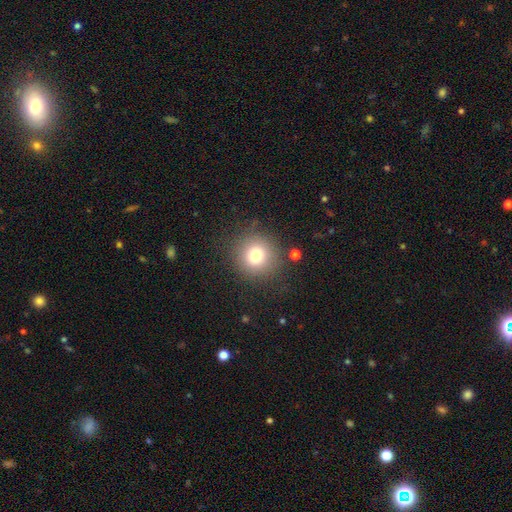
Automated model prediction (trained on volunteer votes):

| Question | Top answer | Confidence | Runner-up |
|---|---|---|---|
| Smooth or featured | smooth | 76% | star or artifact (14%) |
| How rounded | round | 93% | in between (6%) |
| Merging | none | 85% | minor disturbance (8%) |